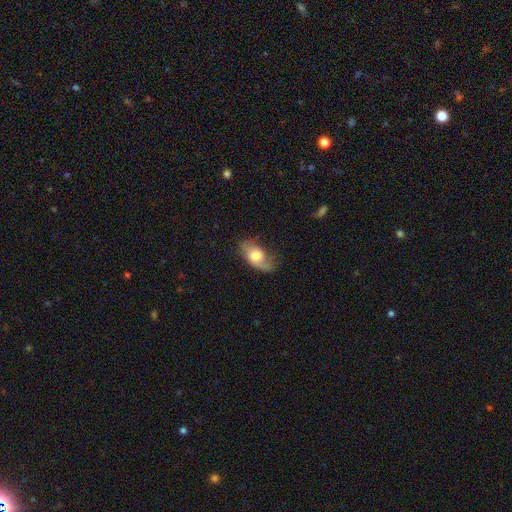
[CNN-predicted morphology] Overall: smooth (49%; featured or disk 44%). Merging: none (55%; minor disturbance 27%).